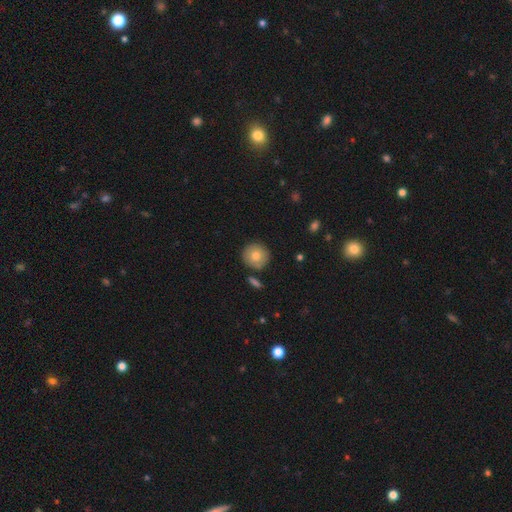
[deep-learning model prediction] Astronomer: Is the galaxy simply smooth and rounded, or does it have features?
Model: smooth — 78%.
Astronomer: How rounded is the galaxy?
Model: round — 94%.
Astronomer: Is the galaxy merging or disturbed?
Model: none — 86%.